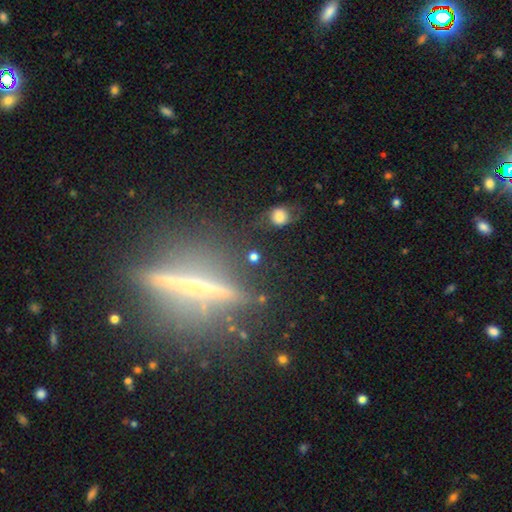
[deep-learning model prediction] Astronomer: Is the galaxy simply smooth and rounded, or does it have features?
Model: featured or disk — 76%.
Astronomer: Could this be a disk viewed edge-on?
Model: yes — 93%.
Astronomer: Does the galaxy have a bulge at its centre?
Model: none — 69%.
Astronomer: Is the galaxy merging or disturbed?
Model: none — 83%.